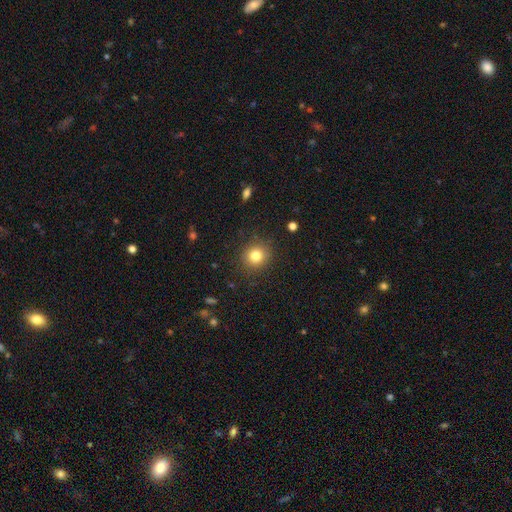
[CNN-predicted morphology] type=smooth (80%); roundness=round (85%); merging=none (89%).